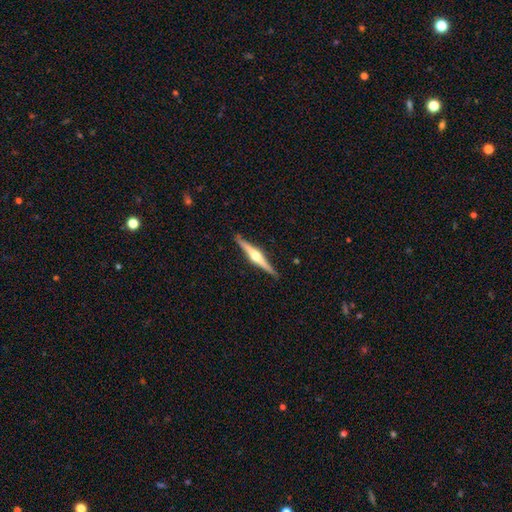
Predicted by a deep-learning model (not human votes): Morphology: type=featured or disk (79%); edge-on=yes (98%); edge-on bulge=rounded (93%); merging=none (89%).